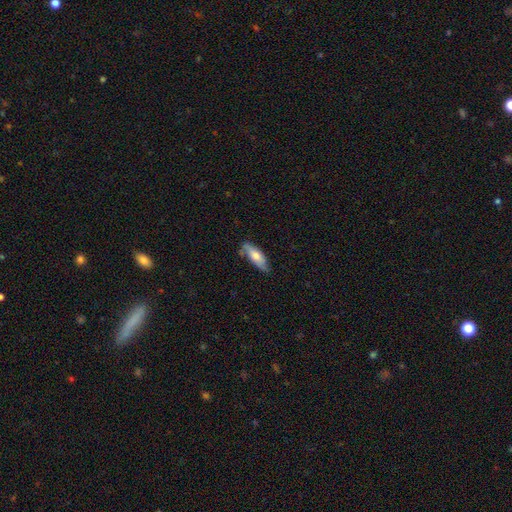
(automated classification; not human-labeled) Smooth or featured? smooth (57%)
How rounded? in between (67%)
Merging? none (58%)